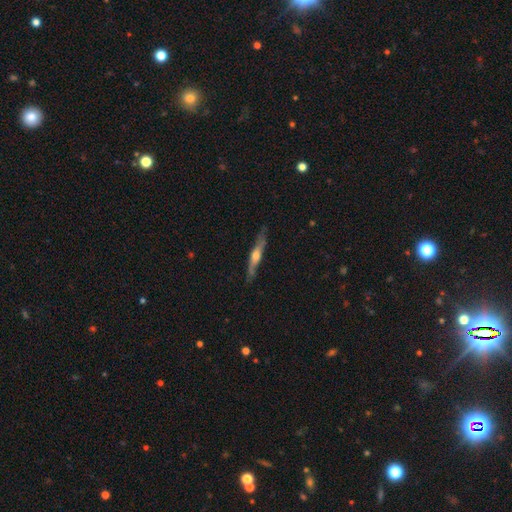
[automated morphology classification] This appears to be a featured or disk galaxy (64%) viewed edge-on (93%) with a rounded central bulge (85%). Merging: none (78%).